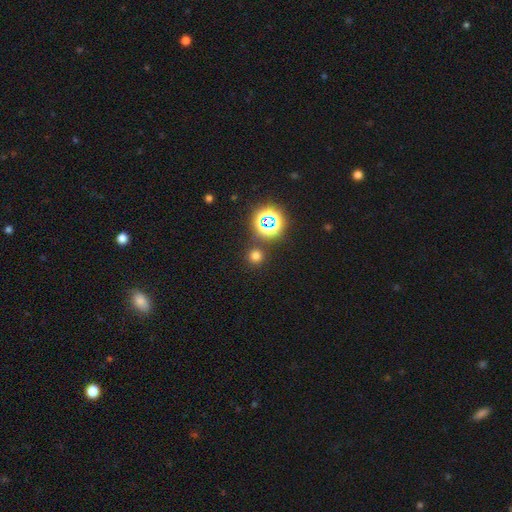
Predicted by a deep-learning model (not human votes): Smooth or featured? smooth (67%)
How rounded? round (94%)
Merging? none (86%)